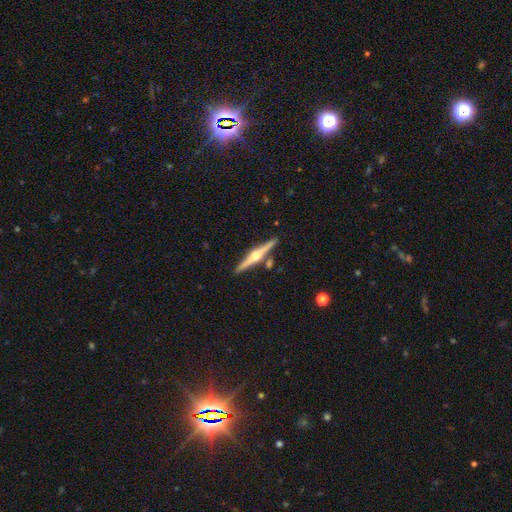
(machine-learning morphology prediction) A featured or disk galaxy (80%) viewed edge-on (98%) with a rounded central bulge (93%). Merging: none (86%).